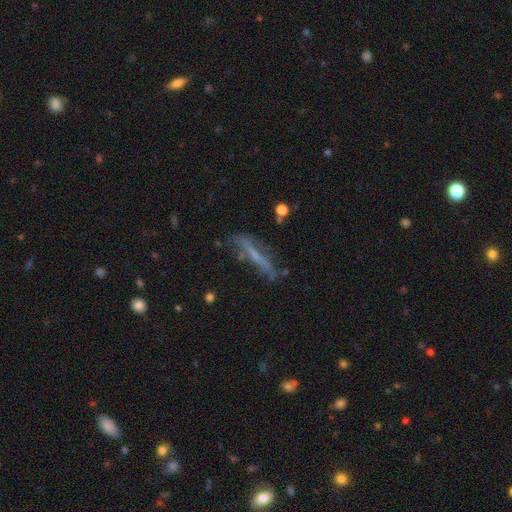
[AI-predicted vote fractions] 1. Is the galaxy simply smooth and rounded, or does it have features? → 54% featured or disk, 35% smooth, 11% star or artifact.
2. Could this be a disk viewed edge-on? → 66% yes, 34% no.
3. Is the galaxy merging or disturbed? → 59% none, 23% minor disturbance, 13% major disturbance, 5% merger.